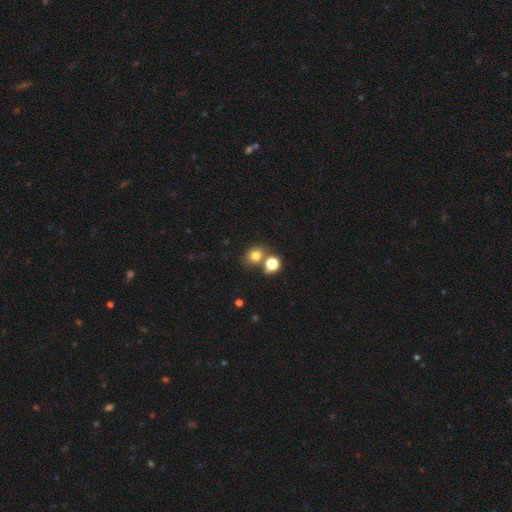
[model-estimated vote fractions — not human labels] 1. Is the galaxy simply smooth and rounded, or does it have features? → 76% smooth, 17% star or artifact, 7% featured or disk.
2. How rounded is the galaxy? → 74% round, 25% in between, 1% cigar-shaped.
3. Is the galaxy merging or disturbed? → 64% none, 24% merger, 9% minor disturbance, 4% major disturbance.